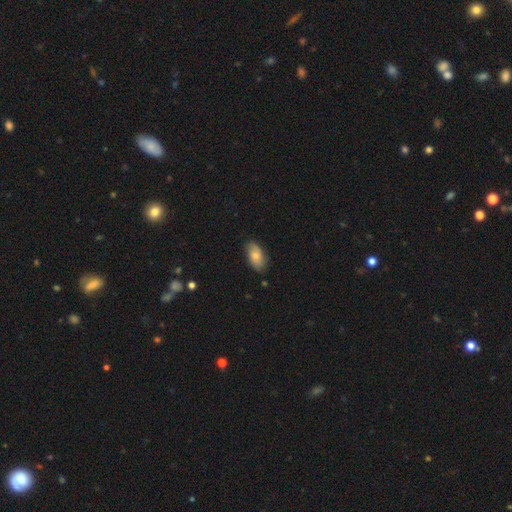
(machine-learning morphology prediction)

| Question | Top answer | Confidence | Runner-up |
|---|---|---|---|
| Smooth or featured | smooth | 70% | featured or disk (23%) |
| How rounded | in between | 93% | round (4%) |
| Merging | none | 79% | minor disturbance (17%) |